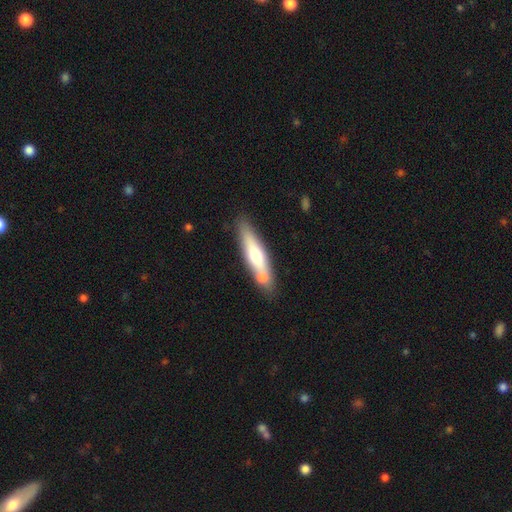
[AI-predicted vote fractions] Smooth or featured? smooth (57%)
How rounded? cigar-shaped (74%)
Merging? none (66%)